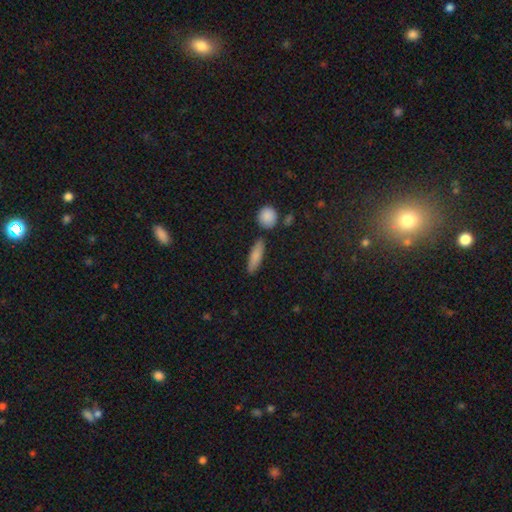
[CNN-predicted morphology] This appears to be a smooth galaxy with no disk features (81%) that is cigar-shaped (61%). Merging: none (81%).